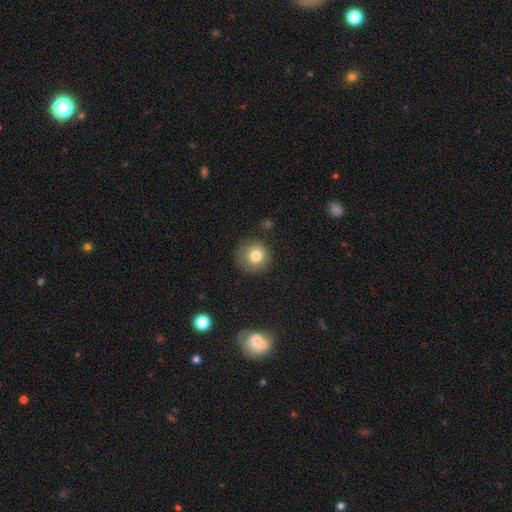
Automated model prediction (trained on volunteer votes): Smooth or featured? Predicted: smooth (p=0.79). How rounded? Predicted: round (p=0.92). Merging? Predicted: none (p=0.75).